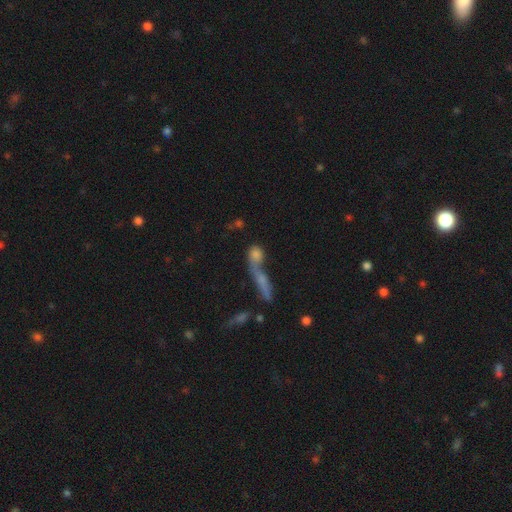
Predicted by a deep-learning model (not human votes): smooth-or-featured: smooth: 61% | featured or disk: 23% | star or artifact: 16%
  how-rounded: round: 36% | in between: 35% | cigar-shaped: 29%
  merging: merger: 56% | none: 30% | minor disturbance: 7% | major disturbance: 7%